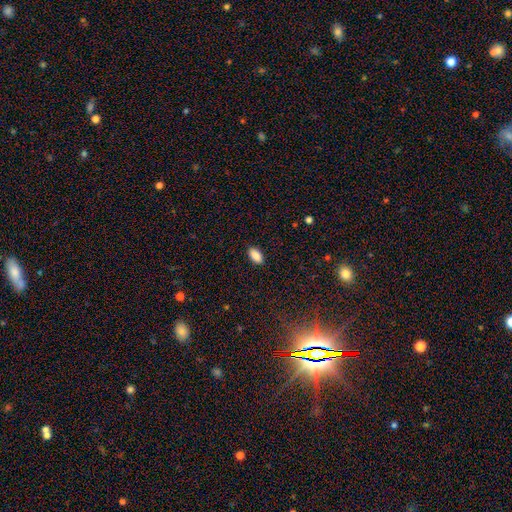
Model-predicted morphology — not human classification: type=smooth (88%); roundness=in between (93%); merging=none (89%).